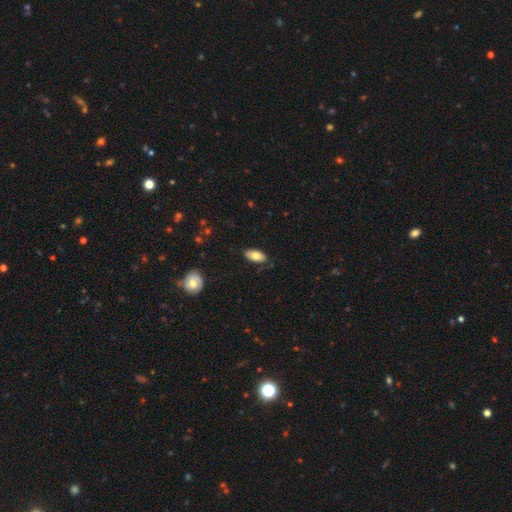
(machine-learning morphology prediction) This is likely a smooth galaxy (76%). How rounded: clearly in between (91%). Merging: likely none (79%).